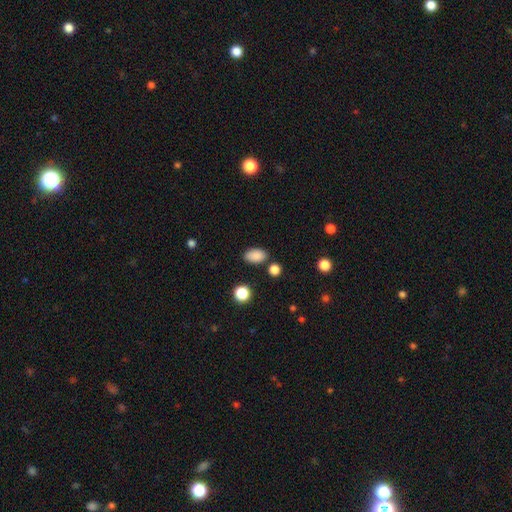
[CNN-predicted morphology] Smooth or featured: smooth — 87% (star or artifact — 9%)
How rounded: in between — 89% (round — 9%)
Merging: none — 82% (minor disturbance — 11%)